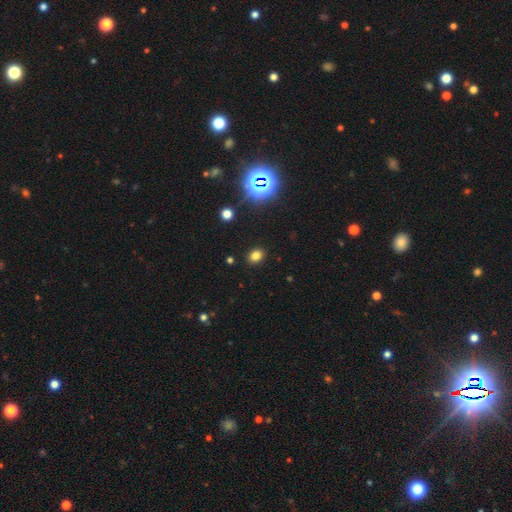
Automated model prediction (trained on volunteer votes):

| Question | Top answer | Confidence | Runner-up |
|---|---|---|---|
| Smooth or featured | smooth | 76% | star or artifact (19%) |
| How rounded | in between | 54% | round (45%) |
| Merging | none | 90% | minor disturbance (7%) |